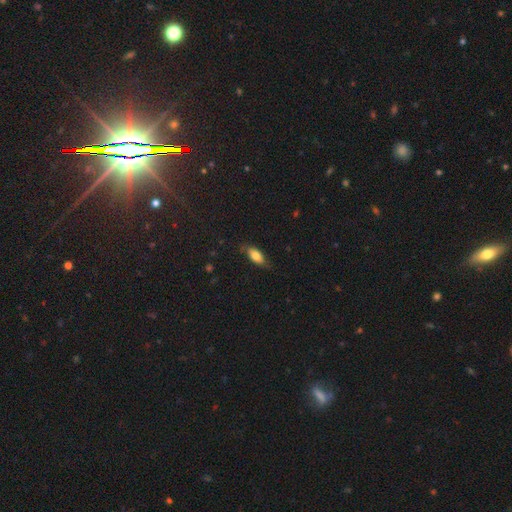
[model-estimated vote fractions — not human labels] Smooth or featured? Predicted: smooth (p=0.74). How rounded? Predicted: in between (p=0.84). Merging? Predicted: none (p=0.74).